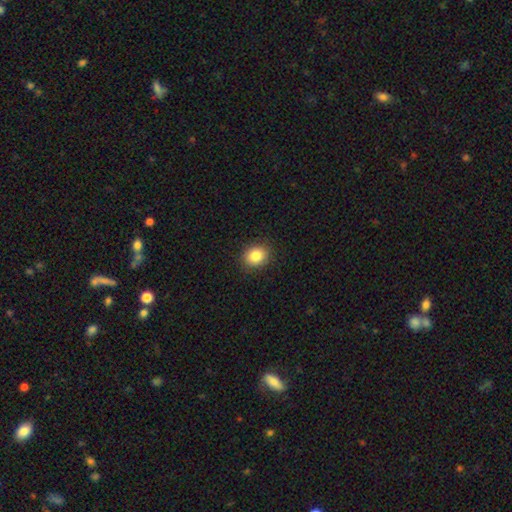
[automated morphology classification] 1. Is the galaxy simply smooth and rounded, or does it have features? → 85% smooth, 10% star or artifact, 6% featured or disk.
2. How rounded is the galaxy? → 67% round, 32% in between, 1% cigar-shaped.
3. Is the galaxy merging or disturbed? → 89% none, 8% minor disturbance, 2% major disturbance, 1% merger.